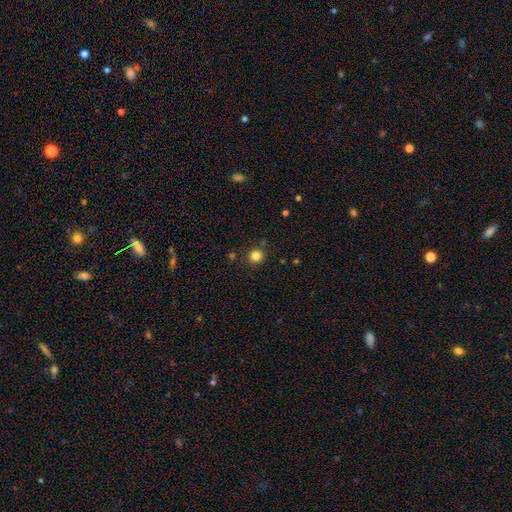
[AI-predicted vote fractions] Smooth or featured?
  - smooth: 82% *
  - star or artifact: 13%
  - featured or disk: 5%
How rounded?
  - round: 92% *
  - in between: 7%
  - cigar-shaped: 1%
Merging?
  - none: 87% *
  - minor disturbance: 7%
  - merger: 3%
  - major disturbance: 2%